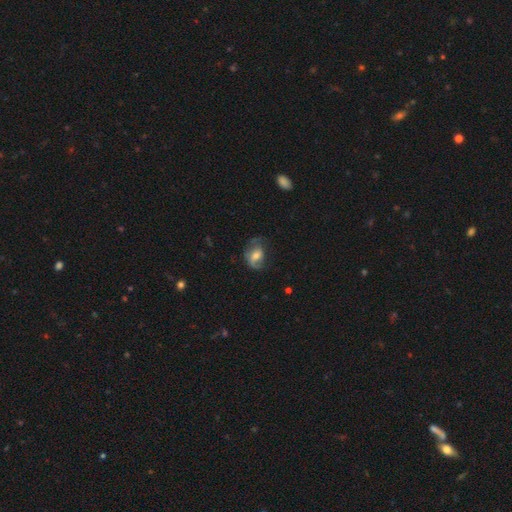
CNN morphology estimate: featured or disk 49%, smooth 43%, star or artifact 8%. Down the decision tree: merging — none (46%).